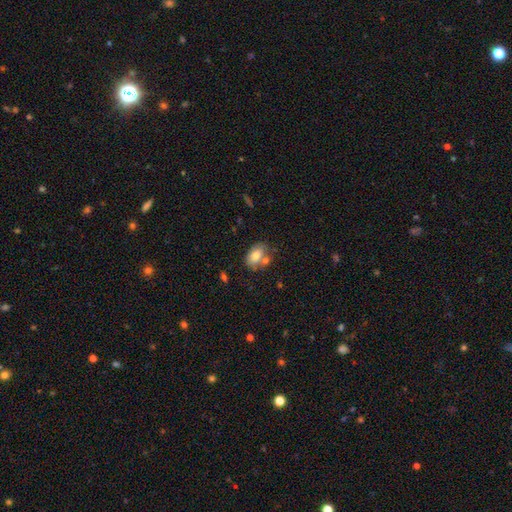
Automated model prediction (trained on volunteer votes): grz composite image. It shows a smooth galaxy with no disk features (78%) that is in between round and cigar-shaped (84%). Merging: none (52%).